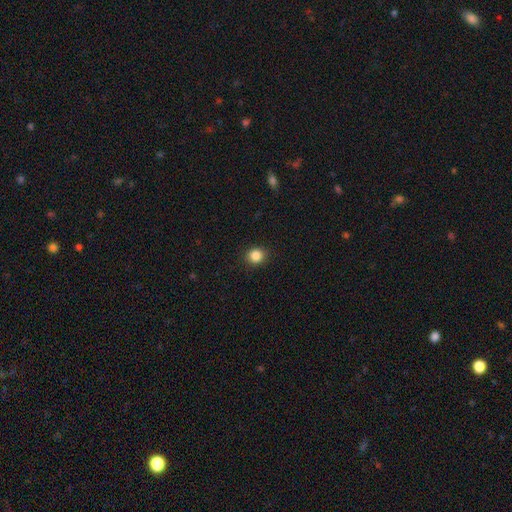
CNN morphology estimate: smooth-or-featured: smooth: 85% | star or artifact: 11% | featured or disk: 4%
  how-rounded: round: 83% | in between: 16% | cigar-shaped: 1%
  merging: none: 91% | minor disturbance: 6% | major disturbance: 2% | merger: 1%